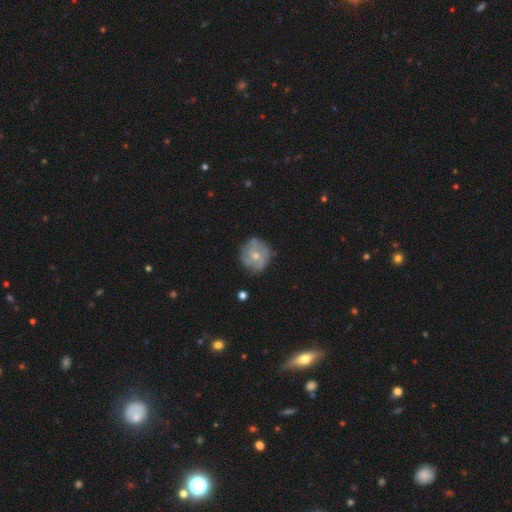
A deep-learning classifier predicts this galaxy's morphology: smooth-or-featured: featured or disk: 56% | smooth: 38% | star or artifact: 7%
  disk-edge-on: no: 97% | yes: 3%
    bar: no: 78% | weak: 19% | strong: 3%
    has-spiral-arms: yes: 64% | no: 36%
    bulge-size: moderate: 54% | small: 41% | none: 2% | large: 2% | dominant: 1%
  merging: none: 70% | minor disturbance: 21% | major disturbance: 6% | merger: 2%